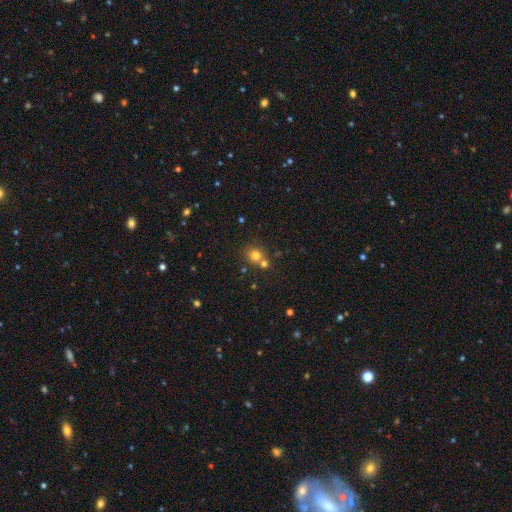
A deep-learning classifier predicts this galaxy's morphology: Overall: smooth (75%). How rounded: round (86%). Merging: none (57%; merger 33%).